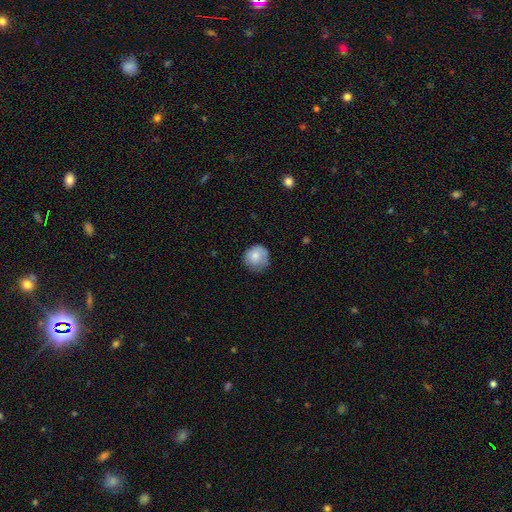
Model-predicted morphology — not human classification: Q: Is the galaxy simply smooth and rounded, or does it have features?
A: smooth — 79%.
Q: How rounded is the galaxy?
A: round — 89%.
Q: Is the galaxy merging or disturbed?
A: none — 69%.